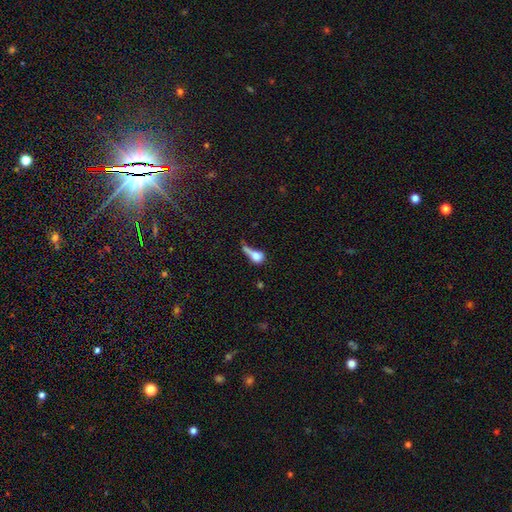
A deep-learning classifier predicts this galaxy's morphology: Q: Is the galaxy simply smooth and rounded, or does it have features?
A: smooth — 66%.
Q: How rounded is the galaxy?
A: in between — 51%.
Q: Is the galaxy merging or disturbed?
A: major disturbance — 36%.